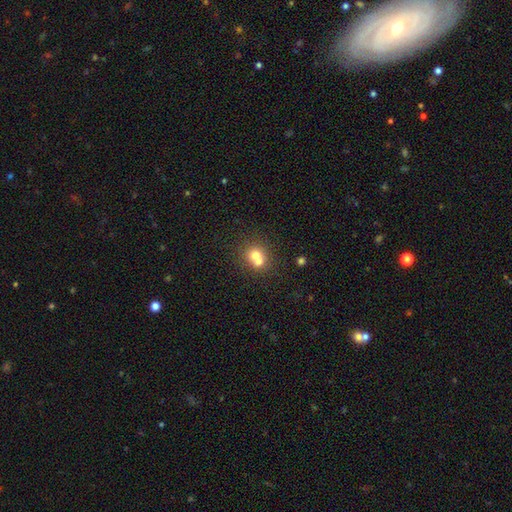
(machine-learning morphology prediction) A smooth galaxy with no disk features (69%) that is round (80%). Merging: merger (56%).